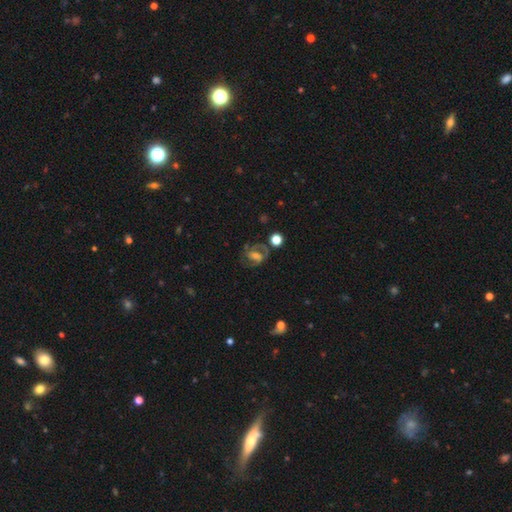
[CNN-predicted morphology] A featured or disk galaxy (72%) with a weak bar (45%), 2 (77%) medium (52%) spiral arms (89%) and a moderate central bulge (41%). Merging: none (67%).